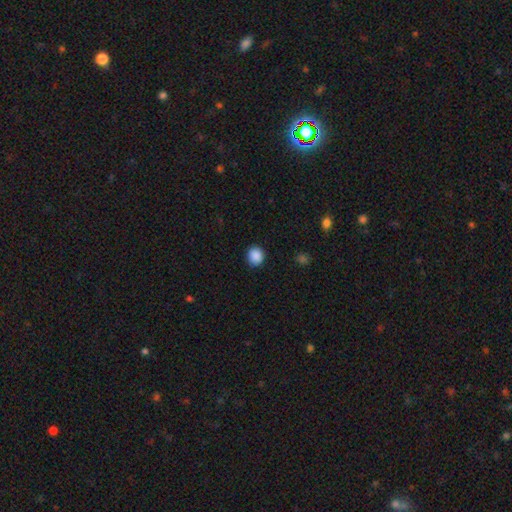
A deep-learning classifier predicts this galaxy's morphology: A smooth galaxy with no disk features (89%) that is round (85%).

Vote fractions:
- Smooth or featured? smooth: 89% / star or artifact: 9% / featured or disk: 3%
- How rounded? round: 85% / in between: 14% / cigar-shaped: 1%
- Merging? none: 90% / minor disturbance: 7% / major disturbance: 2% / merger: 1%